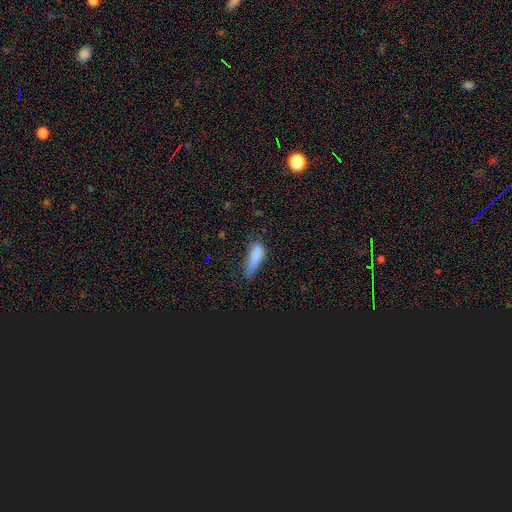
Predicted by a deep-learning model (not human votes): The model was most divided on "merging": minor disturbance: 39%, none: 38%, major disturbance: 20%, merger: 4%. More confident: smooth or featured — smooth (81%); how rounded — in between (55%).